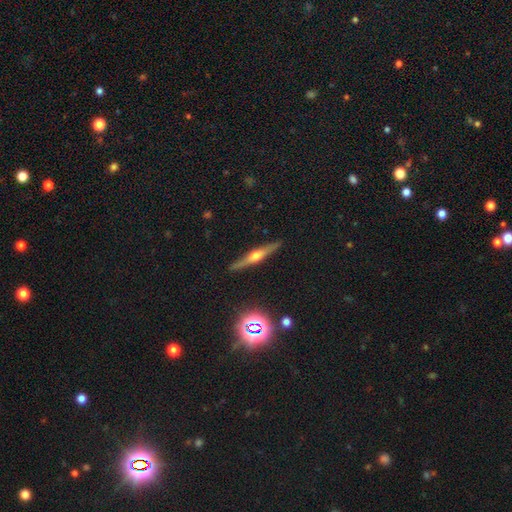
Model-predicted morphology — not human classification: A featured or disk galaxy (72%) viewed edge-on (97%) with a rounded central bulge (90%).

Vote fractions:
- Smooth or featured? featured or disk: 72% / smooth: 19% / star or artifact: 9%
- Edge-on disk? yes: 97% / no: 3%
- Edge-on bulge? rounded: 90% / boxy: 6% / none: 4%
- Merging? none: 90% / minor disturbance: 7% / major disturbance: 2% / merger: 1%